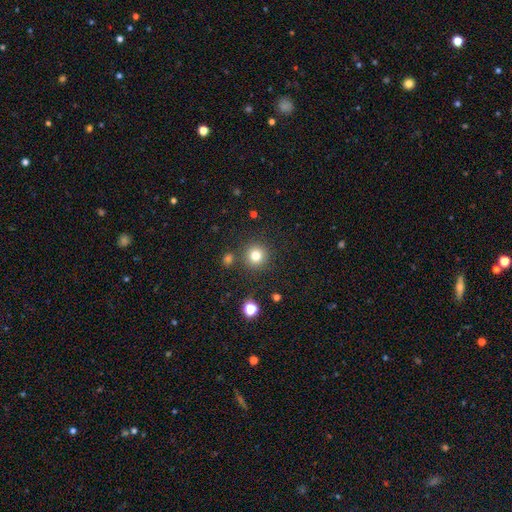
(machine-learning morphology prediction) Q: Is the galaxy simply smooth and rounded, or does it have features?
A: smooth — 80%.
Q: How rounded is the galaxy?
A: round — 94%.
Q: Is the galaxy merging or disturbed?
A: none — 86%.